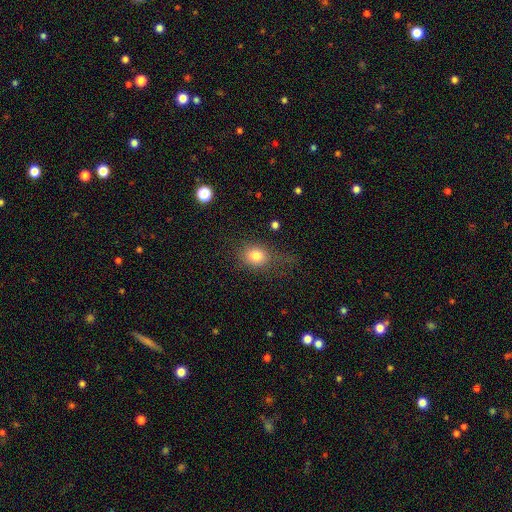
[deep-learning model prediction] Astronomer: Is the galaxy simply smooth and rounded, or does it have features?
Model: smooth — 79%.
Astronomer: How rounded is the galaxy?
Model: round — 61% (runner-up: in between, 38%).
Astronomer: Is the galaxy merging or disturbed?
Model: none — 62%.